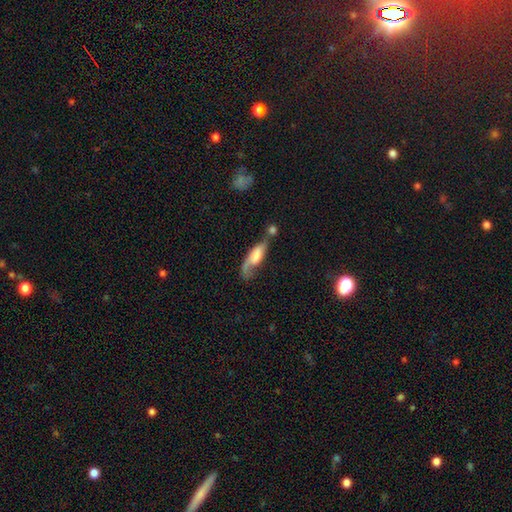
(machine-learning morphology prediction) Smooth or featured?
  - featured or disk: 49% *
  - smooth: 43%
  - star or artifact: 7%
Merging?
  - merger: 31% *
  - none: 29%
  - major disturbance: 21%
  - minor disturbance: 19%